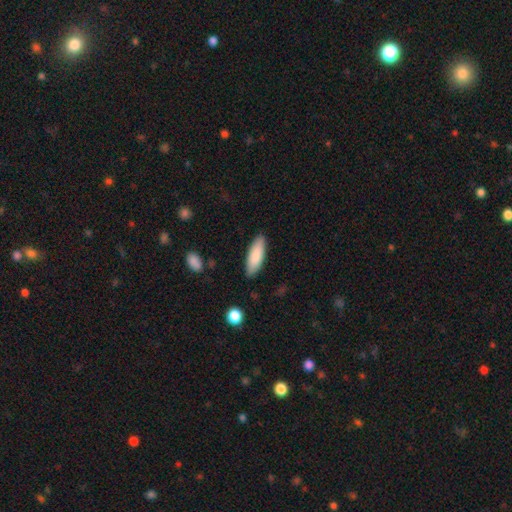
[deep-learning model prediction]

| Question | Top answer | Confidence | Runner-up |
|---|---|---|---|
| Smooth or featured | smooth | 86% | featured or disk (8%) |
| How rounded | in between | 57% | cigar-shaped (41%) |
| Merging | none | 86% | minor disturbance (10%) |